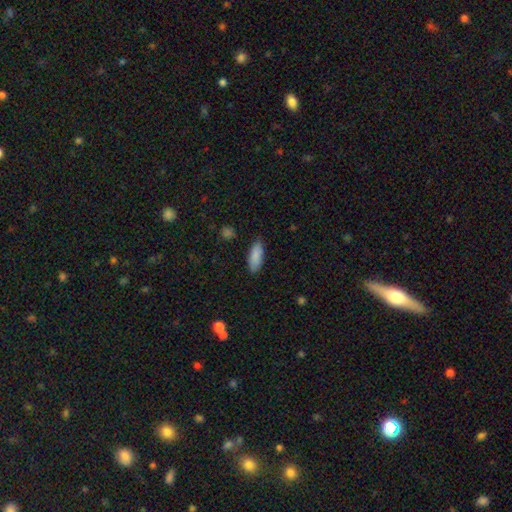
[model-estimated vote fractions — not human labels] smooth 88%, star or artifact 6%, featured or disk 6%. Down the decision tree: how rounded — in between (72%); merging — none (85%).